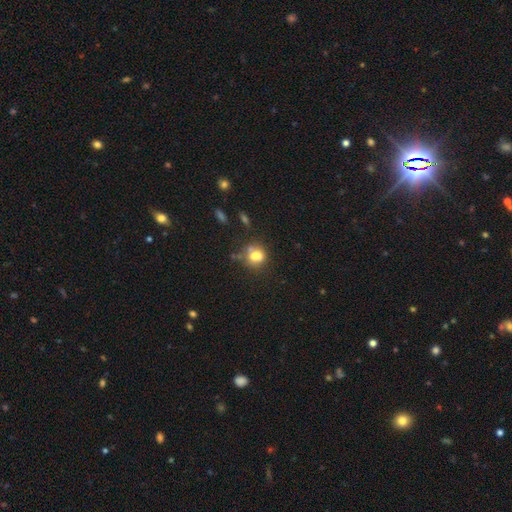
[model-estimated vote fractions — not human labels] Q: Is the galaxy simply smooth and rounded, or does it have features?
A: smooth — 72%.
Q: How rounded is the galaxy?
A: round — 64%.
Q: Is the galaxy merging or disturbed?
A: none — 46%.